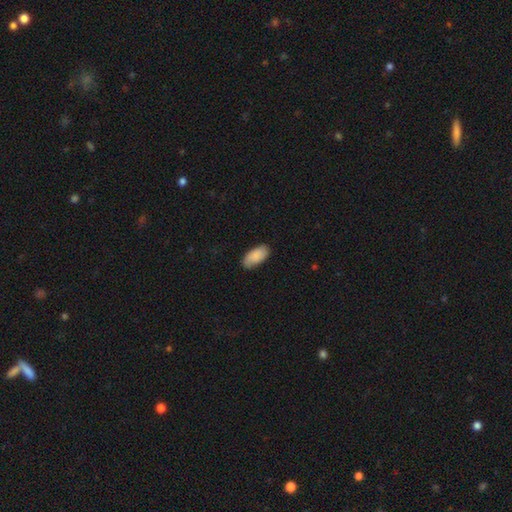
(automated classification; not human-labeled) Overall: smooth (85%). How rounded: in between (94%). Merging: none (79%).